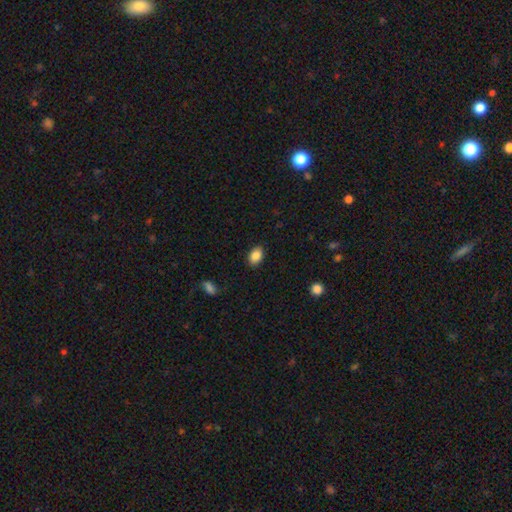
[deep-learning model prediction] Smooth or featured? Predicted: smooth (p=0.87). How rounded? Predicted: in between (p=0.85). Merging? Predicted: none (p=0.88).